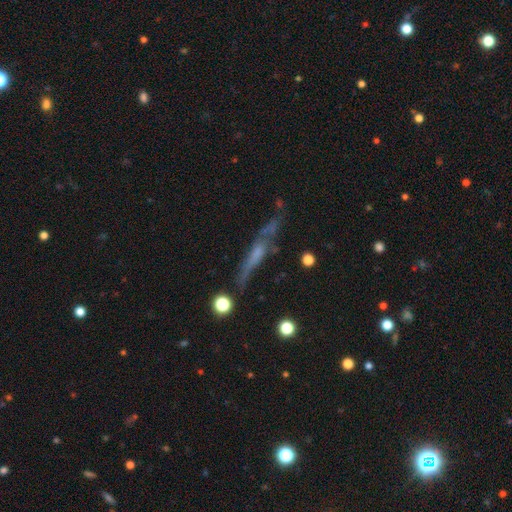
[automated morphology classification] Smooth or featured?
  - featured or disk: 54% *
  - smooth: 33%
  - star or artifact: 13%
Edge-on disk?
  - yes: 76% *
  - no: 24%
Merging?
  - none: 55% *
  - minor disturbance: 23%
  - major disturbance: 15%
  - merger: 7%